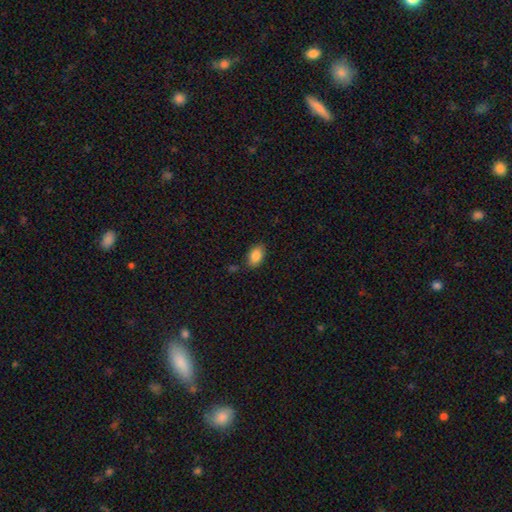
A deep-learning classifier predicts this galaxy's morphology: smooth 86%, star or artifact 8%, featured or disk 6%. Down the decision tree: how rounded — in between (88%); merging — none (82%).